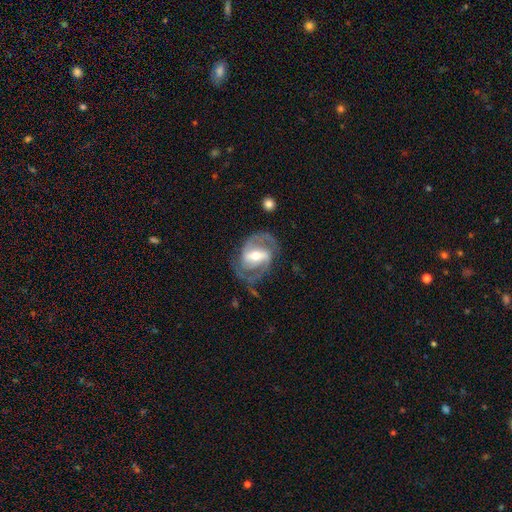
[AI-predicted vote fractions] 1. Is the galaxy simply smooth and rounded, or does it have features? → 88% featured or disk, 8% smooth, 4% star or artifact.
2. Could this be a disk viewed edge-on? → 97% no, 3% yes.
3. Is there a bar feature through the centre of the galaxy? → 54% strong, 34% weak, 12% no.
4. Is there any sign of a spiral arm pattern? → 95% yes, 5% no.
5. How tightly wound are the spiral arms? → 54% medium, 29% tight, 16% loose.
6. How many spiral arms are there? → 88% 2, 4% can't tell, 3% 3, 3% 1, 1% 4, 1% more than 4.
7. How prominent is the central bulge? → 64% moderate, 29% small, 6% large, 1% none, 1% dominant.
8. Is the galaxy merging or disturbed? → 69% none, 17% minor disturbance, 12% major disturbance, 2% merger.